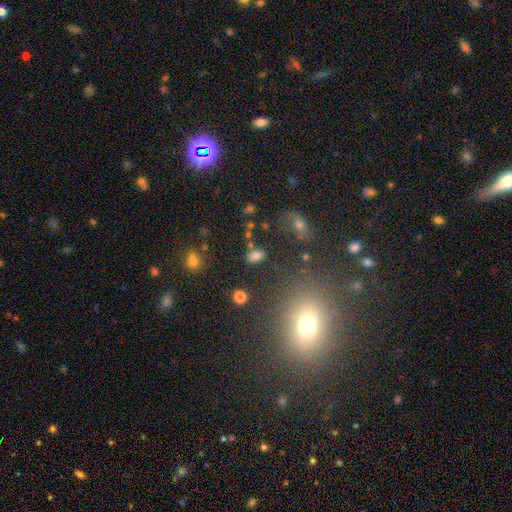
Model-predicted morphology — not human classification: type=smooth (77%); roundness=in between (87%); merging=none (71%).